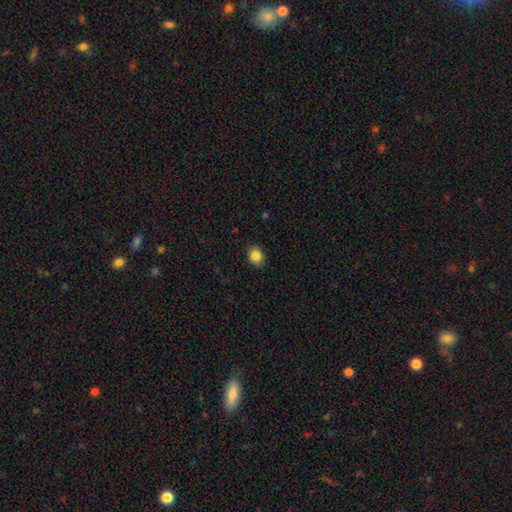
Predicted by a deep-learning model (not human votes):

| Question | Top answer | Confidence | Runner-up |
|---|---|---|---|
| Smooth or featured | smooth | 86% | star or artifact (9%) |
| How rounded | round | 57% | in between (42%) |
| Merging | none | 87% | minor disturbance (10%) |